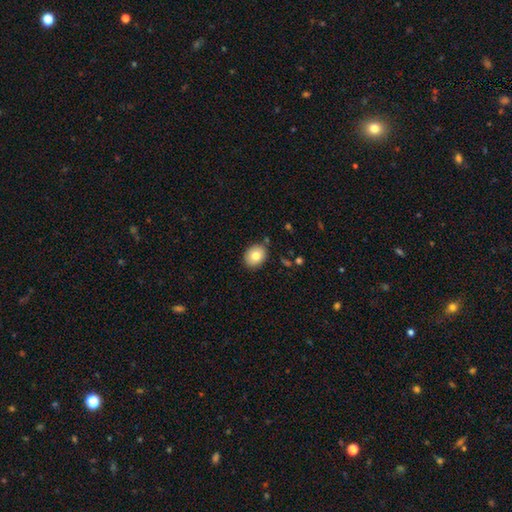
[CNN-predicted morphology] This appears to be a smooth galaxy with no disk features (79%) that is in between round and cigar-shaped (53%). Merging: none (85%).